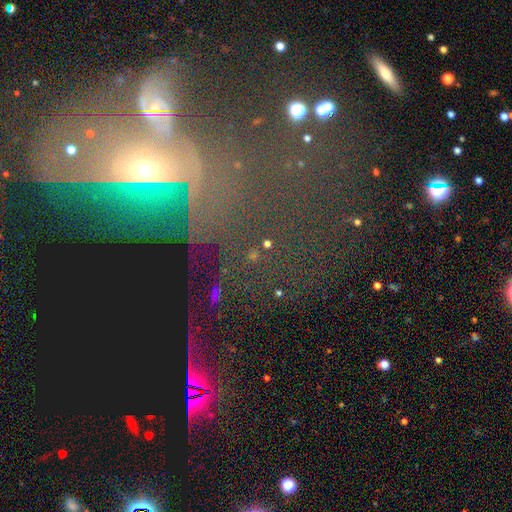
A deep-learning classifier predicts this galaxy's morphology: smooth-or-featured: featured or disk: 42% | star or artifact: 37% | smooth: 22%
  merging: merger: 42% | major disturbance: 25% | none: 22% | minor disturbance: 10%